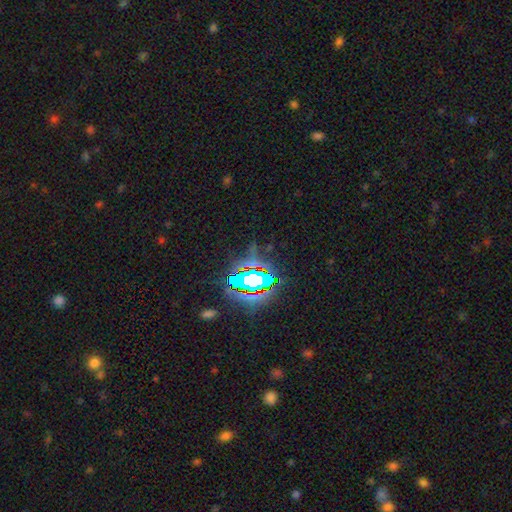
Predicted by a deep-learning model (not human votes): The model was most divided on "smooth or featured": star or artifact: 82%, smooth: 12%, featured or disk: 7%.